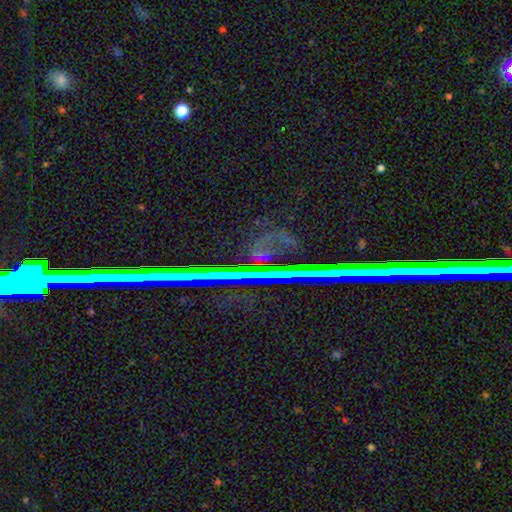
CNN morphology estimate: Q: Smooth or featured?
A: star or artifact (80%); runner-up: featured or disk (12%)